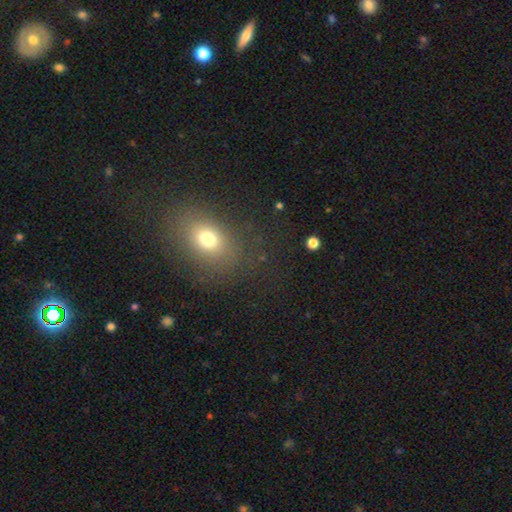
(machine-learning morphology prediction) Smooth or featured? Predicted: smooth (p=0.64). How rounded? Predicted: in between (p=0.64). Merging? Predicted: none (p=0.84).